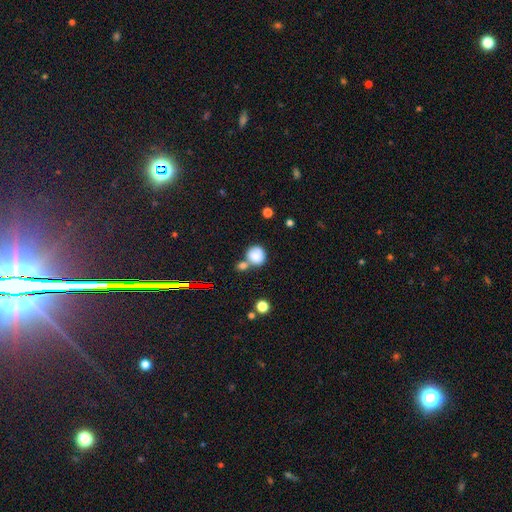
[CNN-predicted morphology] smooth 81%, star or artifact 10%, featured or disk 10%. Down the decision tree: how rounded — round (84%); merging — none (51%).